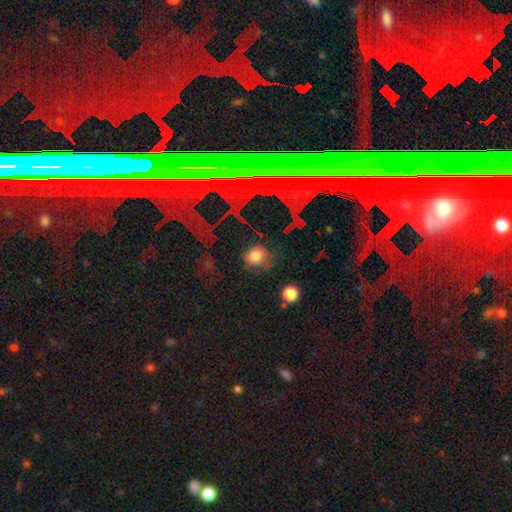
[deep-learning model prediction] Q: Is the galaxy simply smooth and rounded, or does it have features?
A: smooth — 71%.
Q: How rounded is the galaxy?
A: round — 80%.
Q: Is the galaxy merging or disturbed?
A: none — 57%.